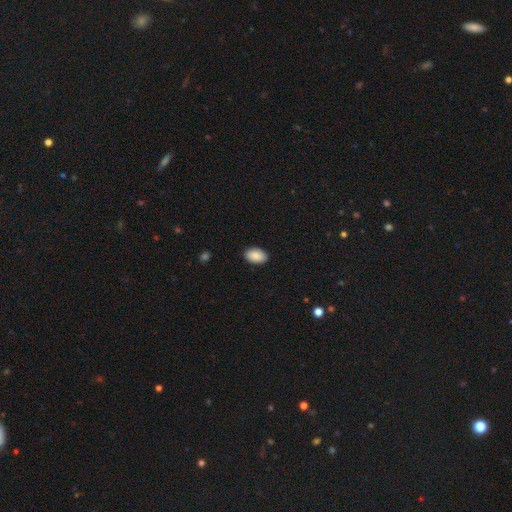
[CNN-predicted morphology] Smooth or featured: smooth — 89% (star or artifact — 6%)
How rounded: in between — 92% (round — 7%)
Merging: none — 89% (minor disturbance — 8%)